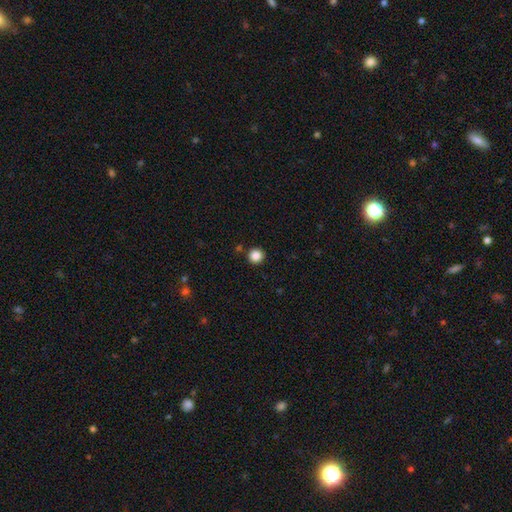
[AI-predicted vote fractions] smooth-or-featured: smooth: 86% | star or artifact: 11% | featured or disk: 3%
  how-rounded: round: 95% | in between: 4% | cigar-shaped: 1%
  merging: none: 91% | minor disturbance: 5% | merger: 3% | major disturbance: 2%